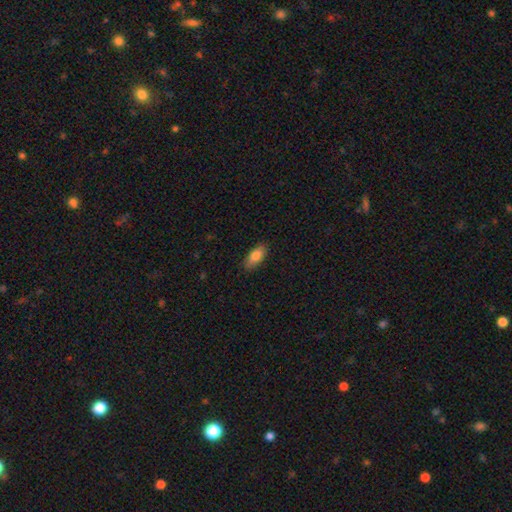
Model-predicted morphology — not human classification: Smooth or featured? Predicted: smooth (p=0.83). How rounded? Predicted: in between (p=0.82). Merging? Predicted: none (p=0.84).